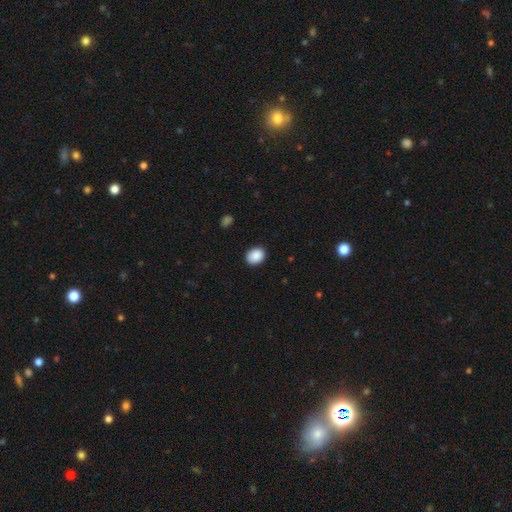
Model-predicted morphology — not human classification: Smooth or featured? smooth (89%)
How rounded? in between (53%)
Merging? none (89%)